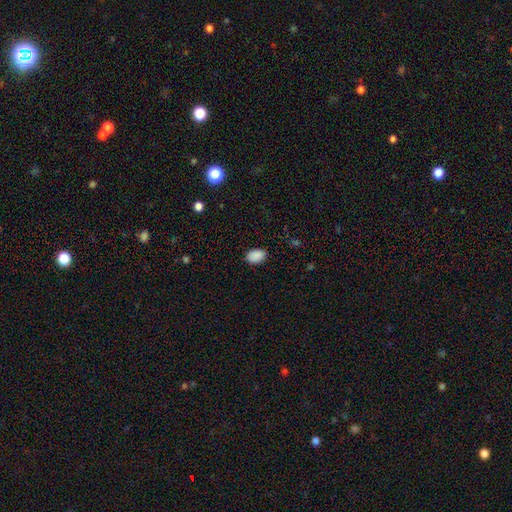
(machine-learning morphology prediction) This appears to be a smooth galaxy with no disk features (89%) that is in between round and cigar-shaped (84%). Merging: none (86%).